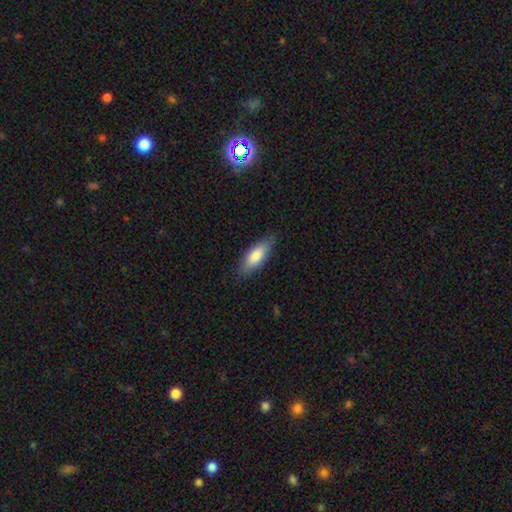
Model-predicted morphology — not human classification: Smooth or featured?
  - smooth: 77% *
  - featured or disk: 17%
  - star or artifact: 6%
How rounded?
  - in between: 70% *
  - cigar-shaped: 28%
  - round: 2%
Merging?
  - none: 81% *
  - minor disturbance: 15%
  - major disturbance: 3%
  - merger: 1%